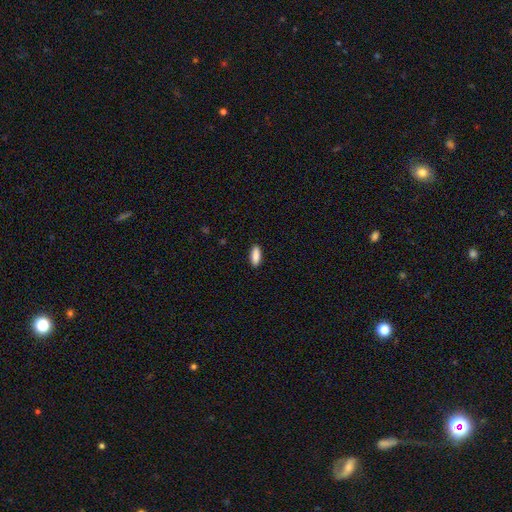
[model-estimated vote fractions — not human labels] smooth_or_featured: smooth (p=0.90) [alt: star or artifact p=0.06]
how_rounded: in between (p=0.71) [alt: cigar-shaped p=0.27]
merging: none (p=0.89) [alt: minor disturbance p=0.08]